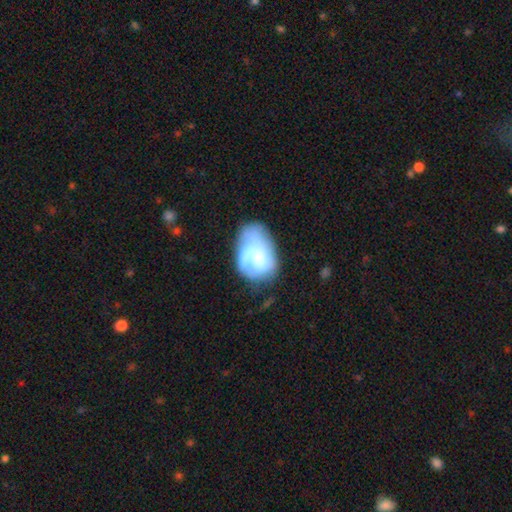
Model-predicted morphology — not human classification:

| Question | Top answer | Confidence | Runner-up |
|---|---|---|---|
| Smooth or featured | smooth | 46% | featured or disk (45%) |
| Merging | none | 35% | major disturbance (27%) |